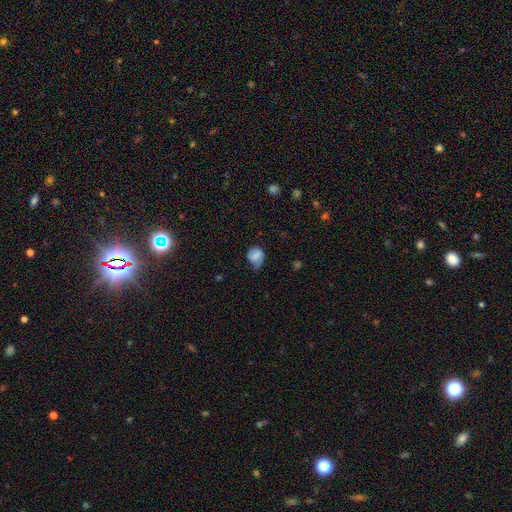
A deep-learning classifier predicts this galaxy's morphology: A smooth galaxy with no disk features (65%) that is round (61%).

Vote fractions:
- Smooth or featured? smooth: 65% / featured or disk: 25% / star or artifact: 10%
- How rounded? round: 61% / in between: 38% / cigar-shaped: 1%
- Merging? none: 41% / minor disturbance: 39% / major disturbance: 18% / merger: 2%